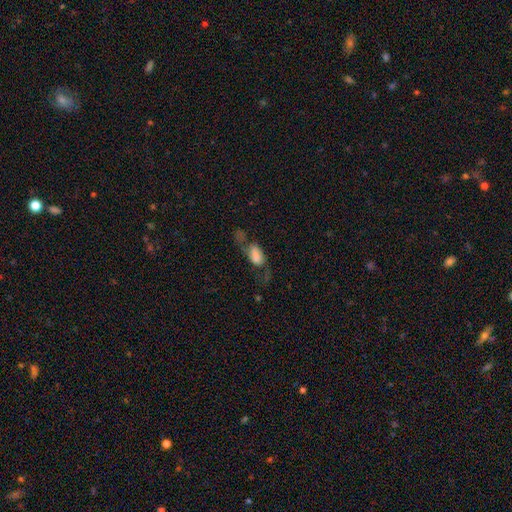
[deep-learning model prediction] A smooth galaxy with no disk features (59%) that is in between round and cigar-shaped (88%).

Vote fractions:
- Smooth or featured? smooth: 59% / featured or disk: 31% / star or artifact: 10%
- How rounded? in between: 88% / cigar-shaped: 7% / round: 6%
- Merging? major disturbance: 42% / none: 29% / minor disturbance: 20% / merger: 9%